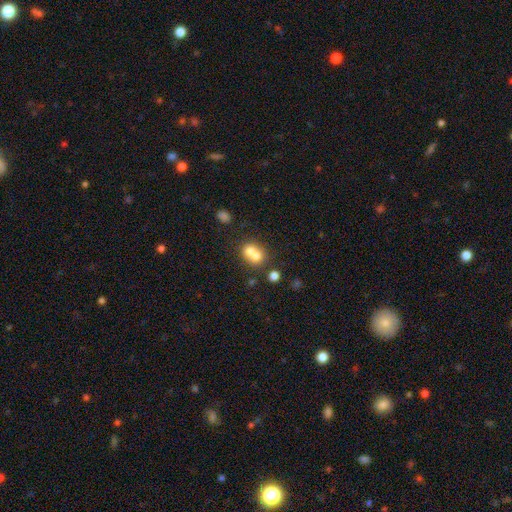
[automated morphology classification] smooth-or-featured: smooth: 68% | featured or disk: 21% | star or artifact: 11%
  how-rounded: round: 72% | in between: 27% | cigar-shaped: 1%
  merging: merger: 66% | none: 27% | minor disturbance: 5% | major disturbance: 3%